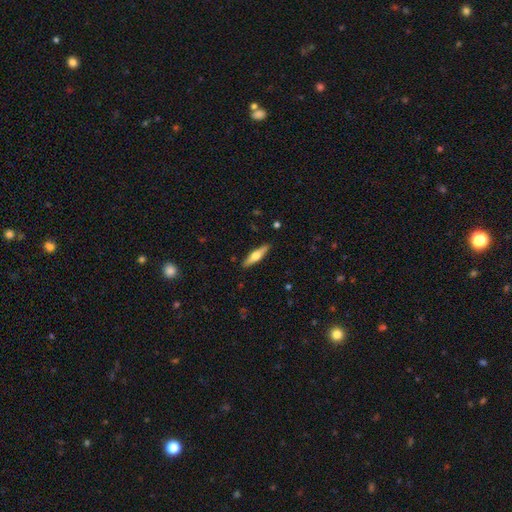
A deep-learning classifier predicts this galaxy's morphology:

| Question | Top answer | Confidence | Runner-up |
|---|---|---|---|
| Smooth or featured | featured or disk | 50% | smooth (44%) |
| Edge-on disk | yes | 94% | no (6%) |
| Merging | none | 90% | minor disturbance (7%) |